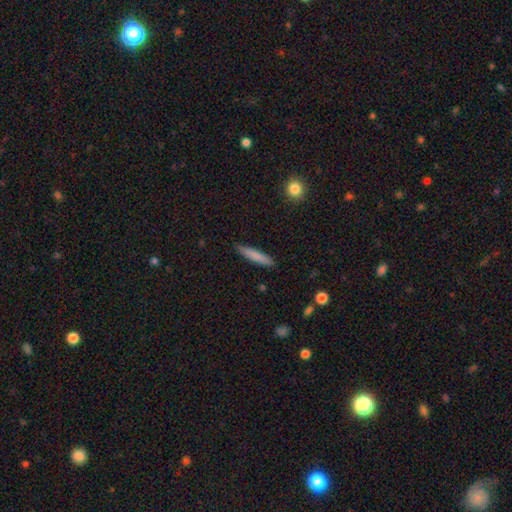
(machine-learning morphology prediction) The model was most divided on "smooth or featured": smooth: 79%, featured or disk: 15%, star or artifact: 6%. More confident: how rounded — cigar-shaped (91%); merging — none (88%).